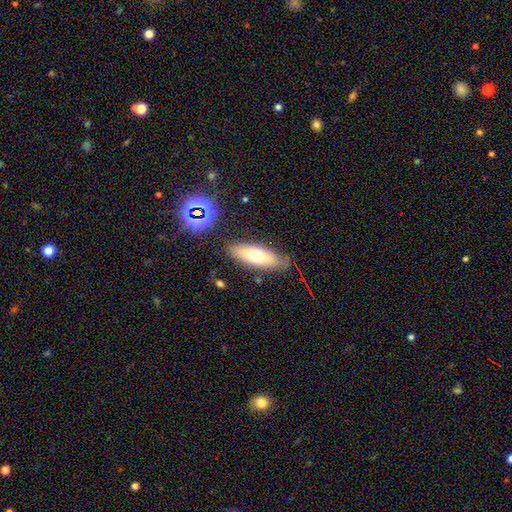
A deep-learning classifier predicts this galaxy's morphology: The model was most divided on "how rounded": in between: 59%, cigar-shaped: 38%, round: 3%. More confident: merging — none (79%); smooth or featured — smooth (62%).